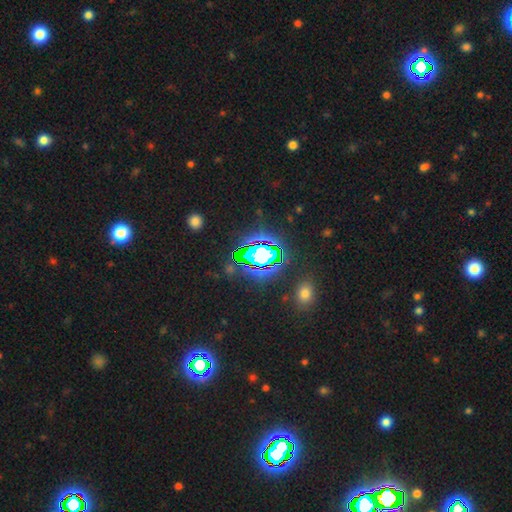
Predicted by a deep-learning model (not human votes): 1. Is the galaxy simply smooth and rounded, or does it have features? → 72% star or artifact, 16% smooth, 12% featured or disk.